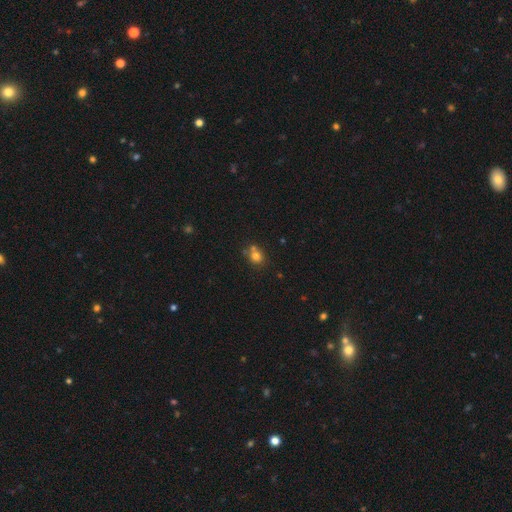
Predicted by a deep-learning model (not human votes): This appears to be a smooth galaxy with no disk features (75%) that is round (75%). Merging: none (53%).